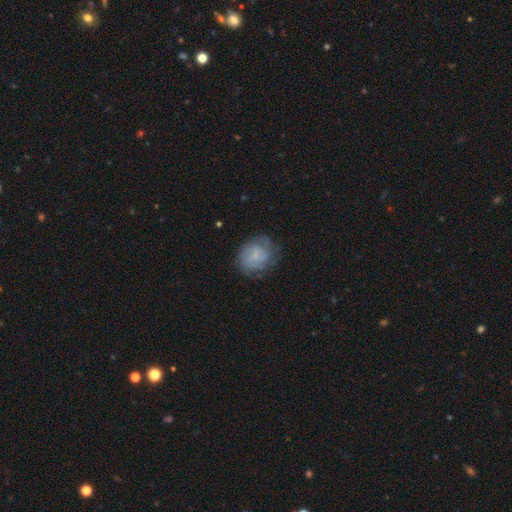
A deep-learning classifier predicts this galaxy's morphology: Smooth or featured: featured or disk — 49% (smooth — 42%)
Merging: none — 69% (minor disturbance — 21%)